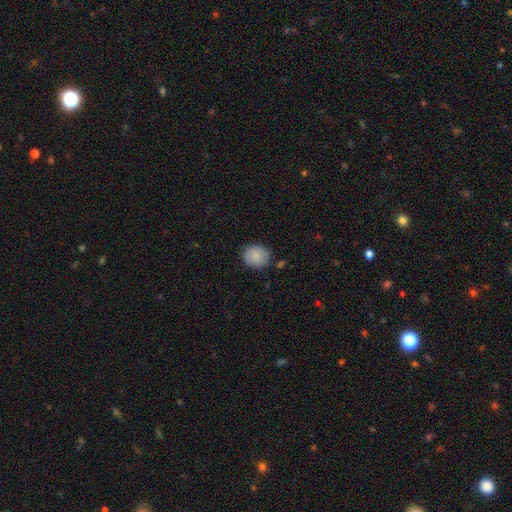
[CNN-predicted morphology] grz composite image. It shows a smooth galaxy with no disk features (87%) that is round (78%). Merging: none (84%).